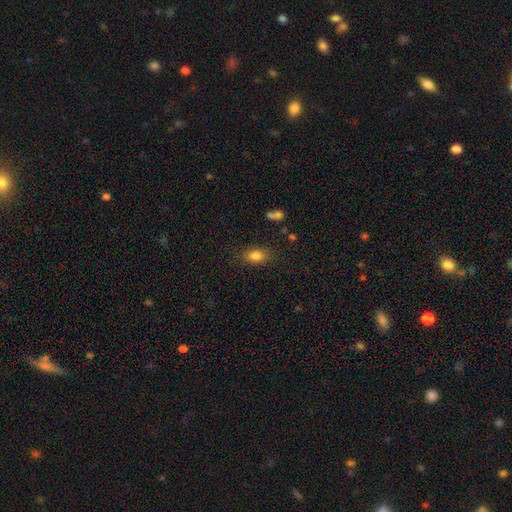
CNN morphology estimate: Smooth or featured?
  - smooth: 83% *
  - star or artifact: 10%
  - featured or disk: 7%
How rounded?
  - in between: 80% *
  - round: 17%
  - cigar-shaped: 2%
Merging?
  - none: 83% *
  - minor disturbance: 12%
  - major disturbance: 3%
  - merger: 2%